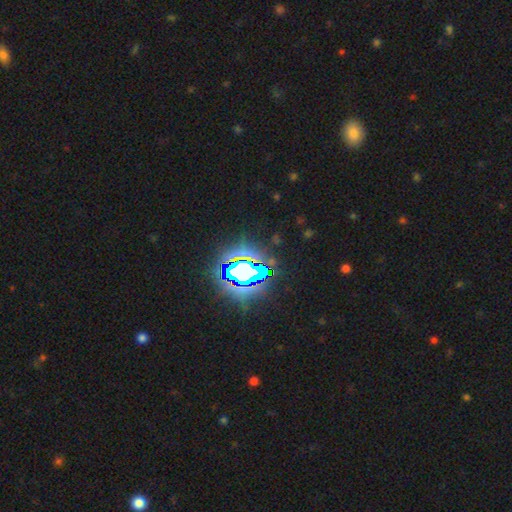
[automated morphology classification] type=star or artifact (86%).